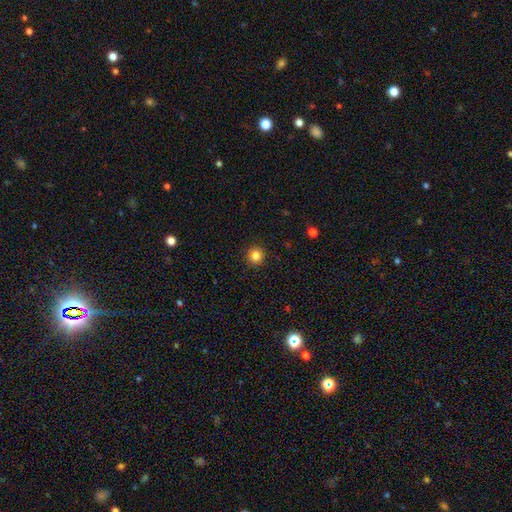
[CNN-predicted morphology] A smooth galaxy with no disk features (84%) that is round (93%). Merging: none (92%).